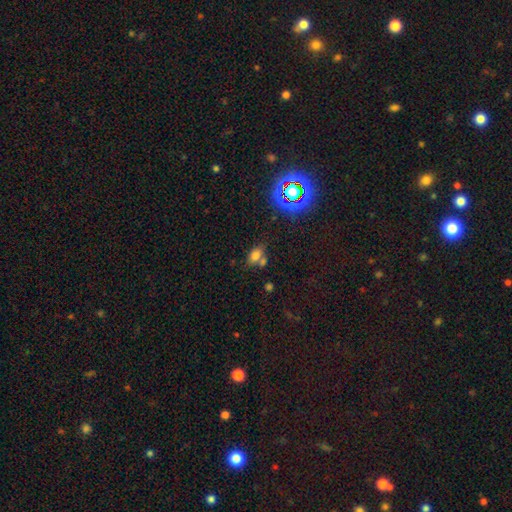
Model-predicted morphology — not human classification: Smooth or featured? Predicted: smooth (p=0.69). How rounded? Predicted: in between (p=0.77). Merging? Predicted: none (p=0.50).